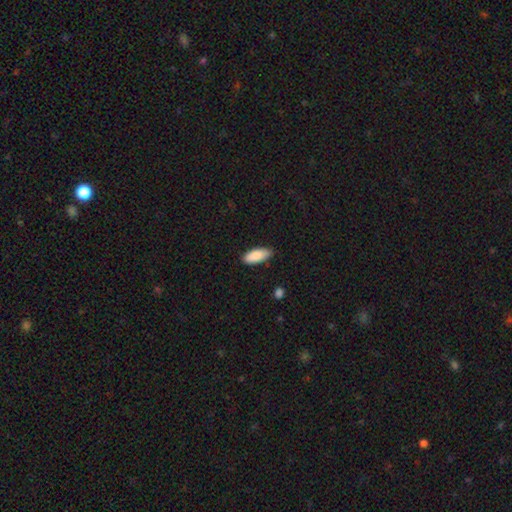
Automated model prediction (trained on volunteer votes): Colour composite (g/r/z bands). It shows a smooth galaxy with no disk features (89%) that is in between round and cigar-shaped (80%). Merging: none (81%).